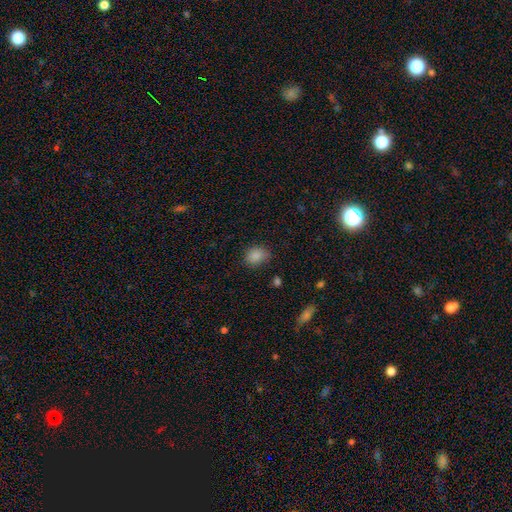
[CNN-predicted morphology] Overall: smooth (86%). How rounded: in between (50%; round 49%). Merging: none (75%).